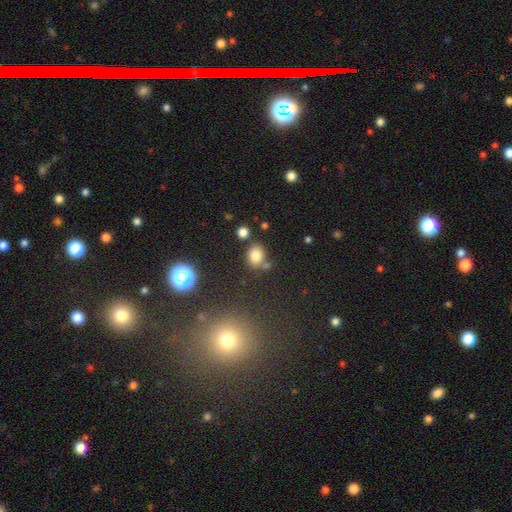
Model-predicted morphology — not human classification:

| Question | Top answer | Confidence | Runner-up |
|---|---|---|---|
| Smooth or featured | smooth | 79% | star or artifact (14%) |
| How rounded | round | 50% | in between (49%) |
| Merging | none | 65% | merger (16%) |